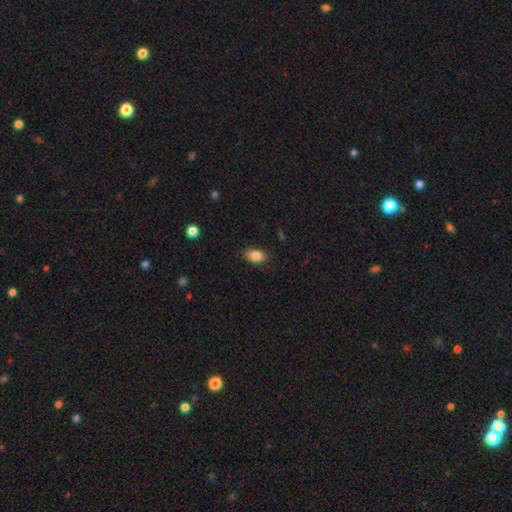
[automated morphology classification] type=smooth (85%); roundness=in between (85%); merging=none (86%).